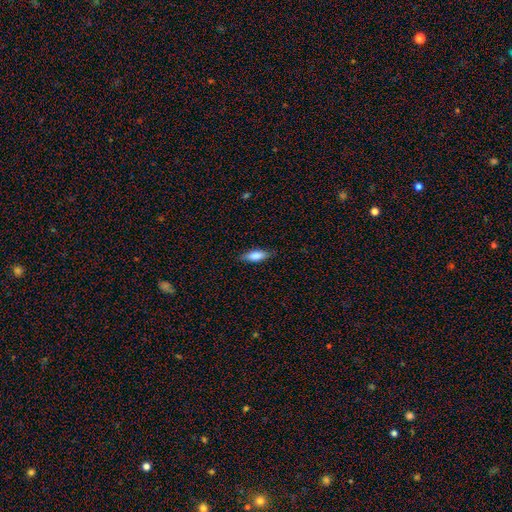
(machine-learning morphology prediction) This appears to be a smooth galaxy with no disk features (80%) that is in between round and cigar-shaped (62%). Merging: none (83%).